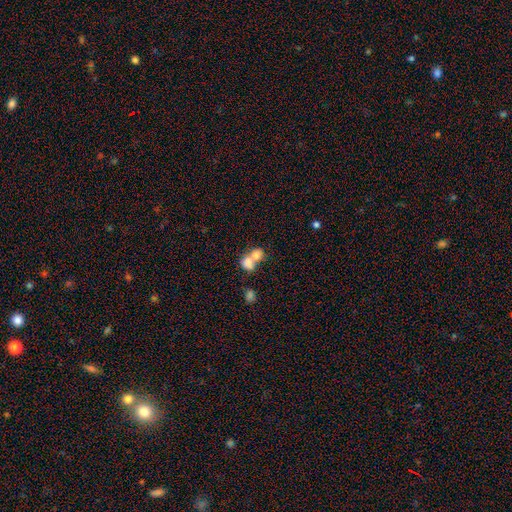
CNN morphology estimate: Q: Smooth or featured?
A: smooth (75%); runner-up: featured or disk (16%)
Q: How rounded?
A: round (63%); runner-up: in between (35%)
Q: Merging?
A: merger (71%); runner-up: none (21%)